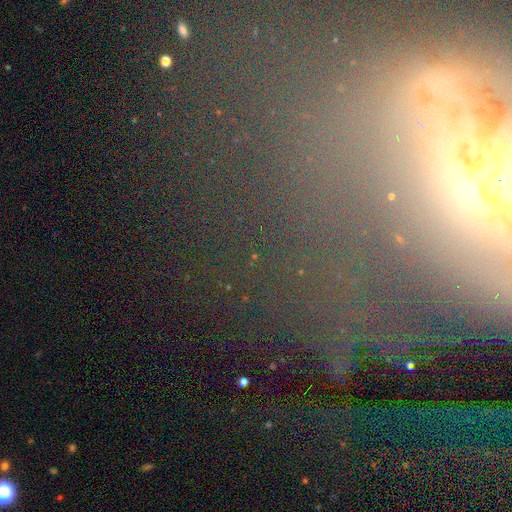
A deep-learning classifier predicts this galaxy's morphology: smooth-or-featured: star or artifact: 52% | featured or disk: 29% | smooth: 19%